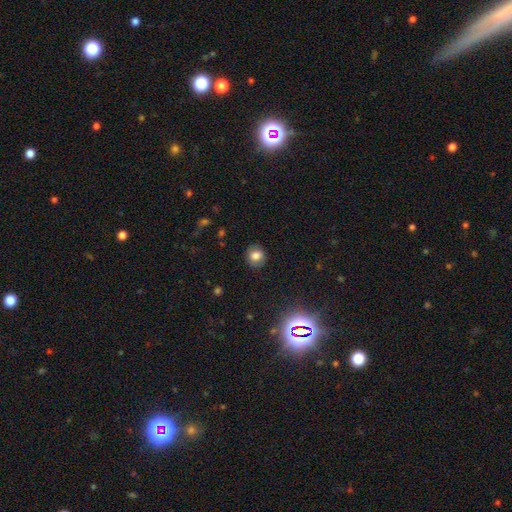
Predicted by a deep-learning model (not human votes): Smooth or featured? smooth (78%)
How rounded? round (84%)
Merging? none (88%)